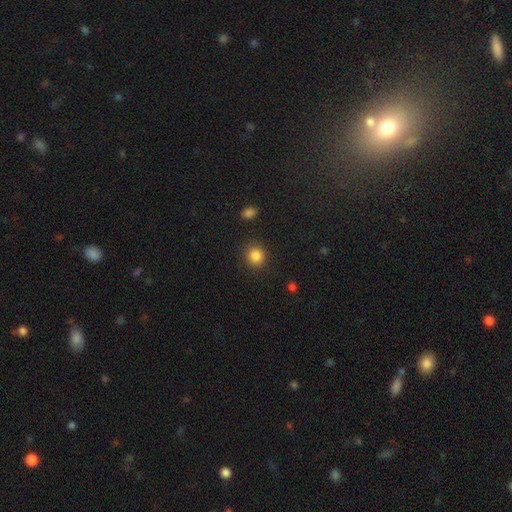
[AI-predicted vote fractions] A smooth galaxy with no disk features (85%) that is round (88%). Merging: none (89%).